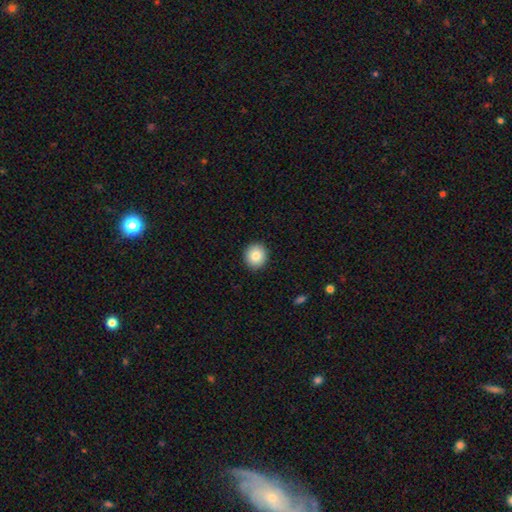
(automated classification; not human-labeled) smooth 84%, star or artifact 9%, featured or disk 7%. Down the decision tree: how rounded — round (88%); merging — none (92%).